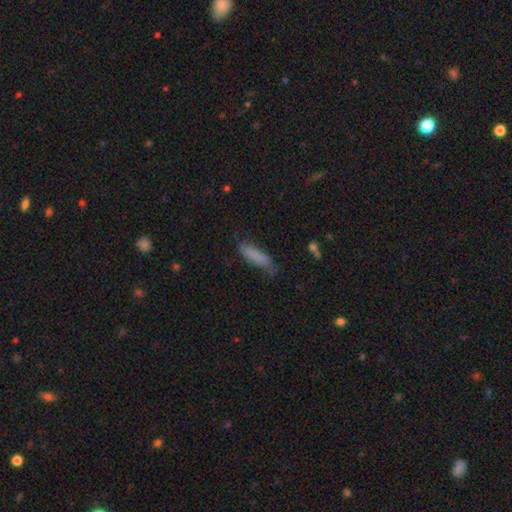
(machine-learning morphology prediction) A smooth galaxy with no disk features (81%) that is cigar-shaped (71%).

Vote fractions:
- Smooth or featured? smooth: 81% / featured or disk: 12% / star or artifact: 7%
- How rounded? cigar-shaped: 71% / in between: 28% / round: 2%
- Merging? none: 65% / minor disturbance: 26% / major disturbance: 7% / merger: 2%